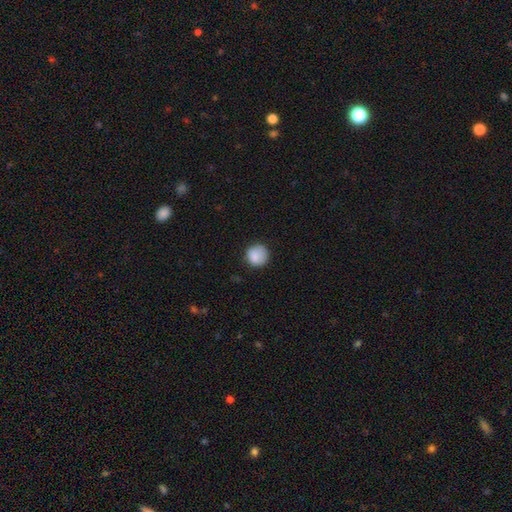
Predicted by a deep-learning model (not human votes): A smooth galaxy with no disk features (86%) that is round (91%).

Vote fractions:
- Smooth or featured? smooth: 86% / star or artifact: 8% / featured or disk: 6%
- How rounded? round: 91% / in between: 8% / cigar-shaped: 1%
- Merging? none: 78% / minor disturbance: 16% / major disturbance: 4% / merger: 1%